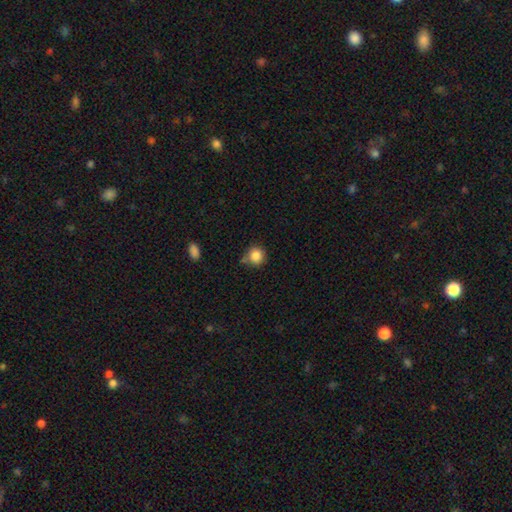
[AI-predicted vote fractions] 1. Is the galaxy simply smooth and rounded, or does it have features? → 86% smooth, 9% star or artifact, 5% featured or disk.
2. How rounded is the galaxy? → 90% round, 9% in between, 1% cigar-shaped.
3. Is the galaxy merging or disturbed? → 69% none, 18% minor disturbance, 9% merger, 4% major disturbance.